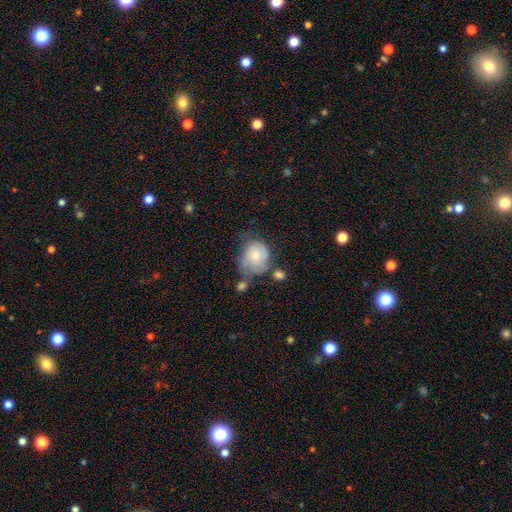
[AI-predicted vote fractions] Smooth or featured? Predicted: smooth (p=0.59). How rounded? Predicted: round (p=0.63). Merging? Predicted: none (p=0.36).